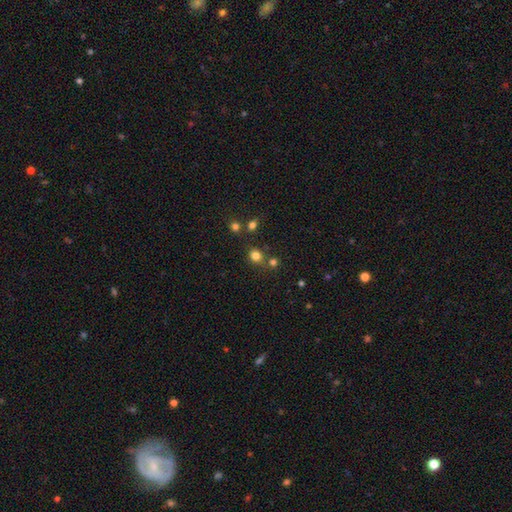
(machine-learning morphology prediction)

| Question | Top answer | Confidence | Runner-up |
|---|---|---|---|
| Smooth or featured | smooth | 77% | star or artifact (17%) |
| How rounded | round | 73% | in between (26%) |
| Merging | none | 69% | merger (16%) |